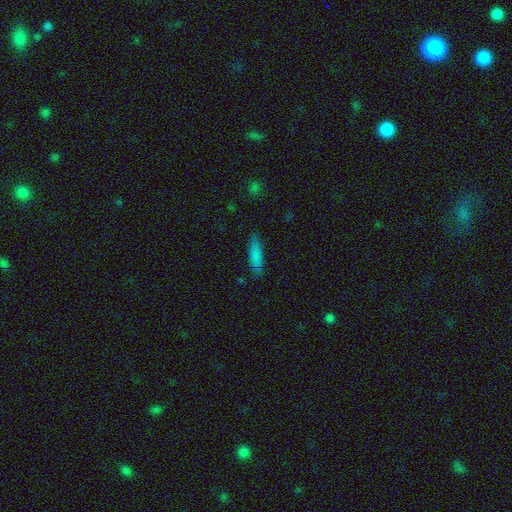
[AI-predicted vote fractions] Smooth or featured? smooth (83%)
How rounded? cigar-shaped (53%)
Merging? none (81%)